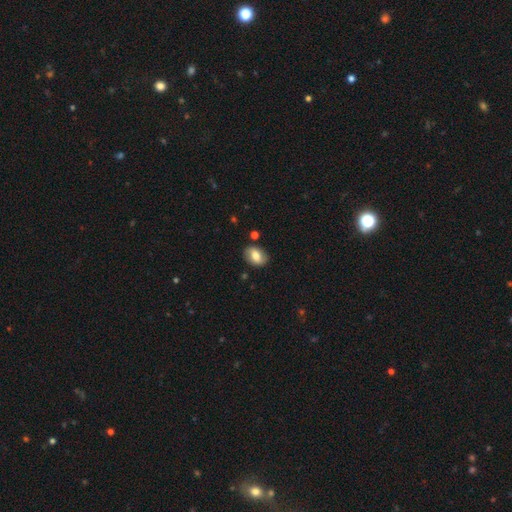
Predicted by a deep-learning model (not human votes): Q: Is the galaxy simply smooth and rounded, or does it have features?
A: smooth — 66%.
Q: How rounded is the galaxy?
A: in between — 78%.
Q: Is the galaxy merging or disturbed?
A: none — 81%.